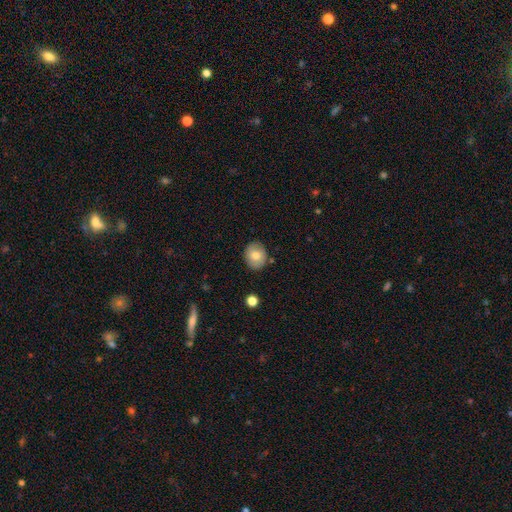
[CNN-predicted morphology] Smooth or featured? smooth (77%)
How rounded? round (60%)
Merging? none (85%)